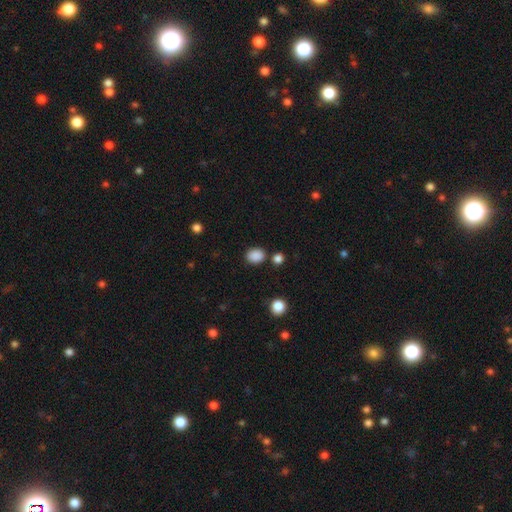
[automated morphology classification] The model was most divided on "how rounded": round: 51%, in between: 48%, cigar-shaped: 1%. More confident: smooth or featured — smooth (87%); merging — none (80%).